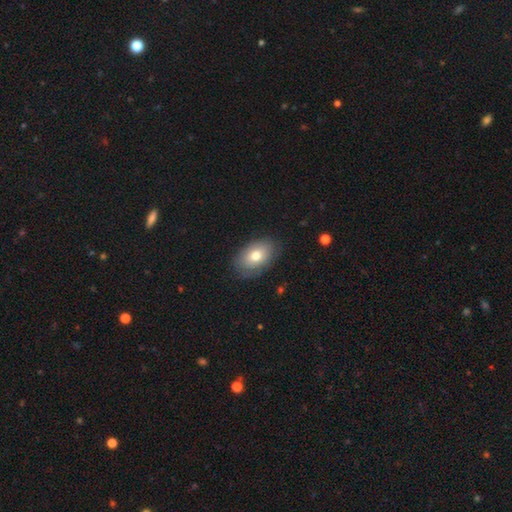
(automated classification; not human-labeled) Smooth or featured: smooth — 74% (featured or disk — 19%)
How rounded: in between — 88% (round — 11%)
Merging: none — 81% (minor disturbance — 14%)